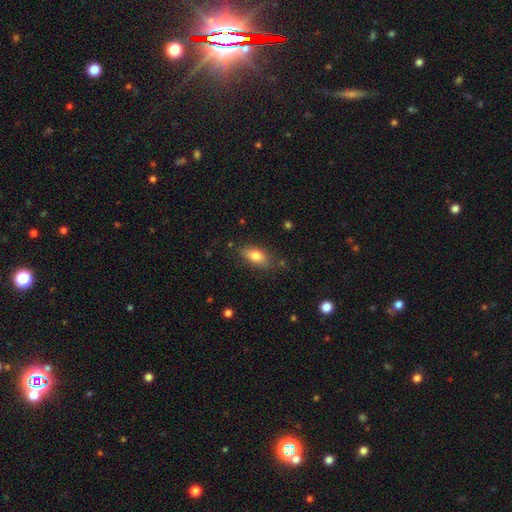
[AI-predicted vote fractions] Morphology: type=smooth (79%); roundness=in between (85%); merging=none (78%).